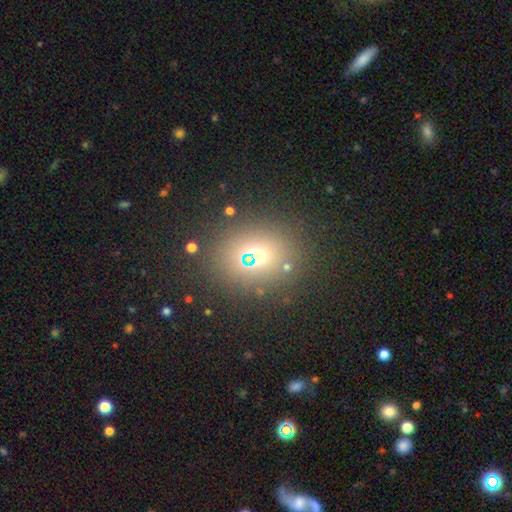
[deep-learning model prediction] smooth 55%, star or artifact 32%, featured or disk 12%. Down the decision tree: how rounded — round (75%); merging — none (81%).